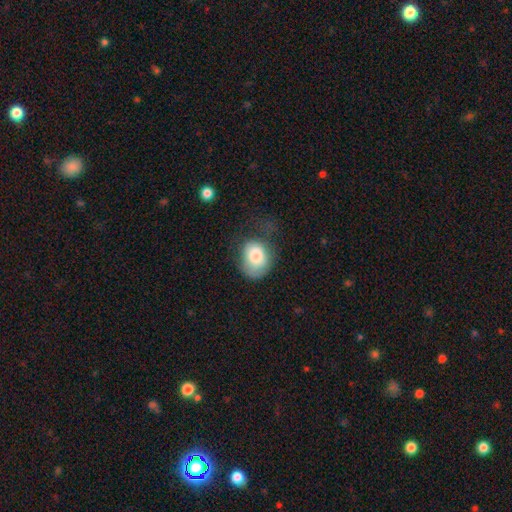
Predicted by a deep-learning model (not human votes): Smooth or featured: smooth — 79% (featured or disk — 13%)
How rounded: in between — 51% (round — 48%)
Merging: none — 41% (minor disturbance — 31%)